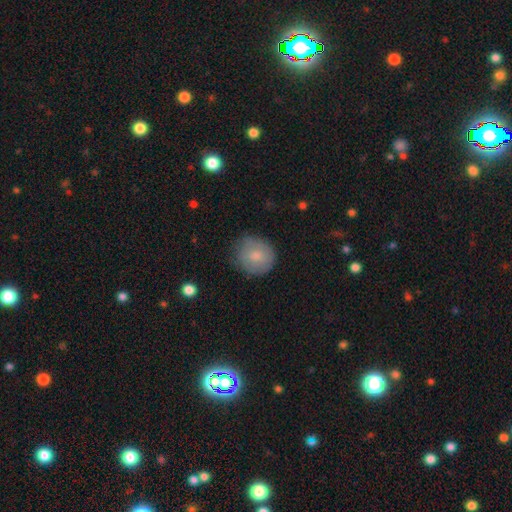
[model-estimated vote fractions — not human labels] This is likely a smooth galaxy (79%). How rounded: clearly round (82%). Merging: likely none (70%).